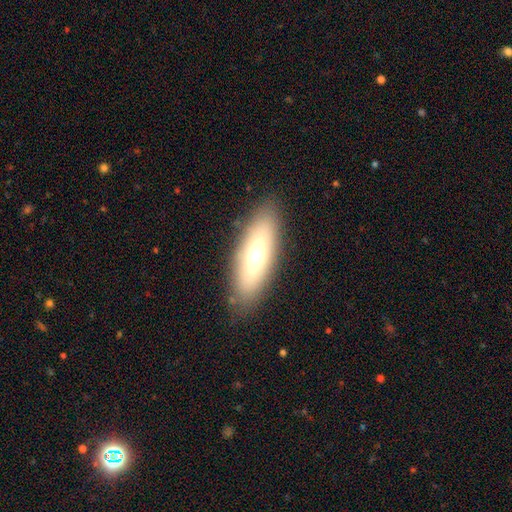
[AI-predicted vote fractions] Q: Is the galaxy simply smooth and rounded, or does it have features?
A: smooth — 58%.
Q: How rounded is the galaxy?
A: in between — 62%.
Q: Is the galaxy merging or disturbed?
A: none — 85%.